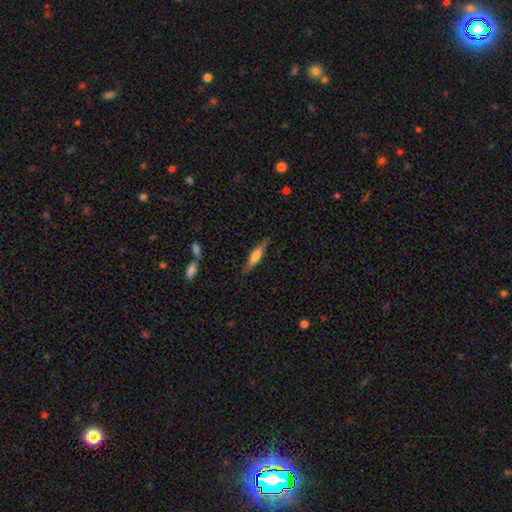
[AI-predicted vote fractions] smooth-or-featured: smooth: 53% | featured or disk: 41% | star or artifact: 6%
  how-rounded: cigar-shaped: 81% | in between: 17% | round: 2%
  merging: none: 81% | minor disturbance: 12% | merger: 3% | major disturbance: 3%